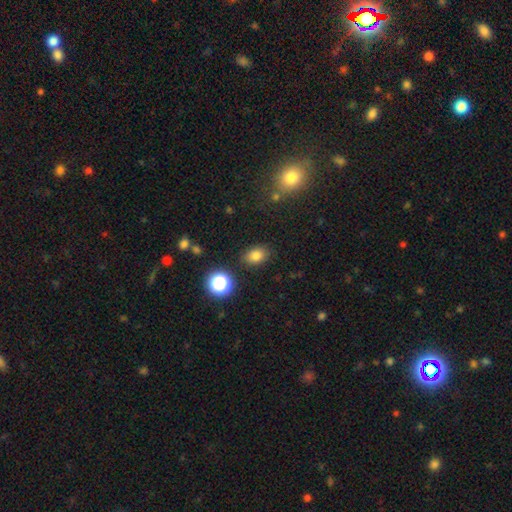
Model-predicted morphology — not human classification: Smooth or featured? Predicted: smooth (p=0.79). How rounded? Predicted: in between (p=0.70). Merging? Predicted: none (p=0.84).